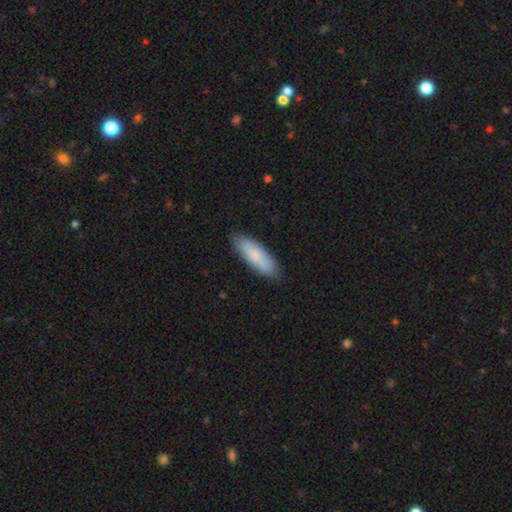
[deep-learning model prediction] This is likely a smooth galaxy (80%). How rounded: possibly in between (56%). Merging: clearly none (84%).